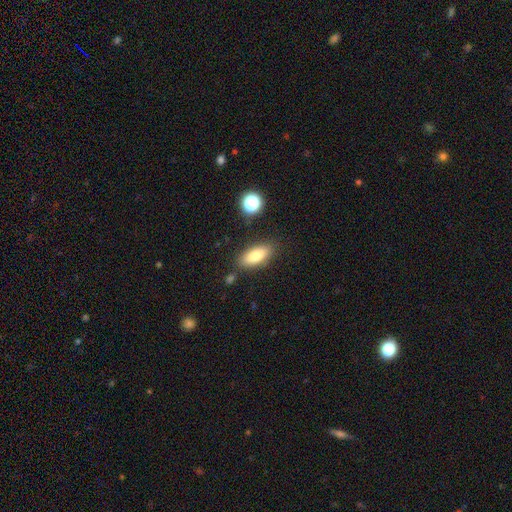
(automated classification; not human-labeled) smooth 80%, featured or disk 12%, star or artifact 8%. Down the decision tree: how rounded — in between (80%); merging — none (81%).